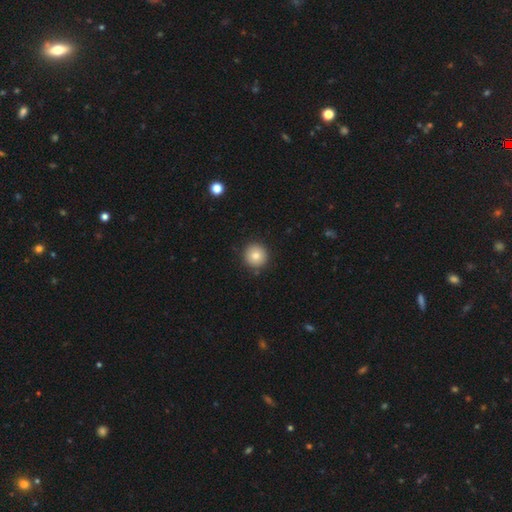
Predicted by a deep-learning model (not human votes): smooth-or-featured: smooth: 82% | star or artifact: 10% | featured or disk: 9%
  how-rounded: round: 95% | in between: 4% | cigar-shaped: 1%
  merging: none: 90% | minor disturbance: 7% | major disturbance: 2% | merger: 1%